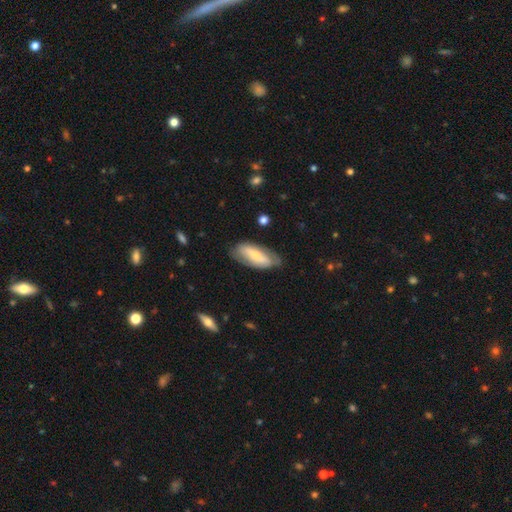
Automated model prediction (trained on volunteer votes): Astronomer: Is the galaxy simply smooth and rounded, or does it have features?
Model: smooth — 50% (runner-up: featured or disk, 44%).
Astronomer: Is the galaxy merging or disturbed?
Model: none — 70%.